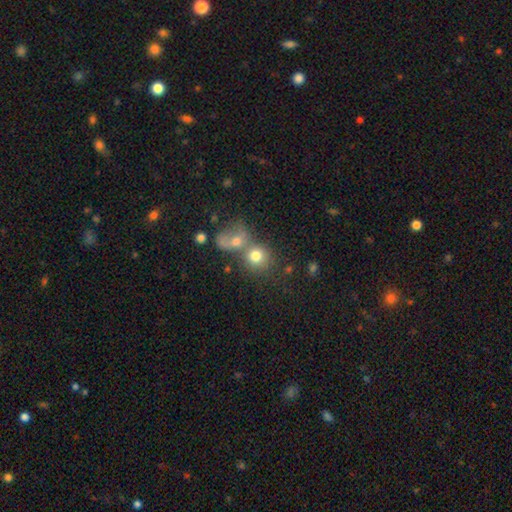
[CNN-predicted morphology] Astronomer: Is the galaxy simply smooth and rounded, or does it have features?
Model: smooth — 75%.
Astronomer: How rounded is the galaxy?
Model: round — 78%.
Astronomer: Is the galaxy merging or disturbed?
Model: merger — 48% (runner-up: none, 38%).